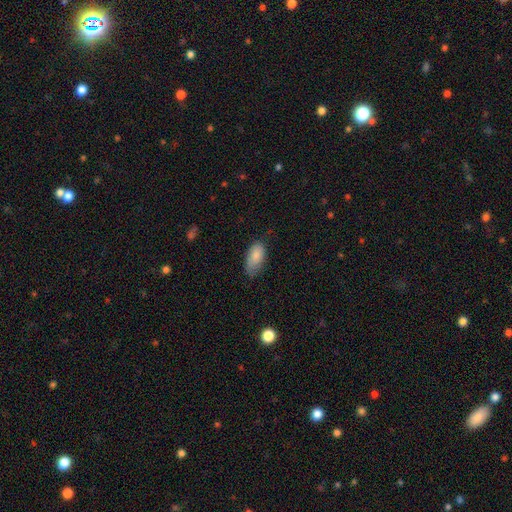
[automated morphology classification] Smooth or featured? Predicted: smooth (p=0.86). How rounded? Predicted: in between (p=0.92). Merging? Predicted: none (p=0.62).